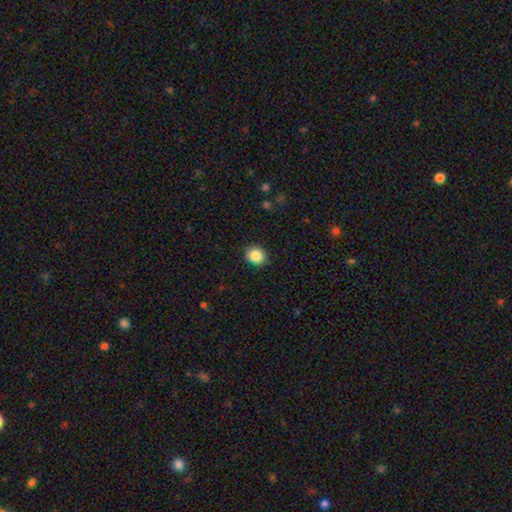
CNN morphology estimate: type=smooth (86%); roundness=round (69%); merging=none (88%).